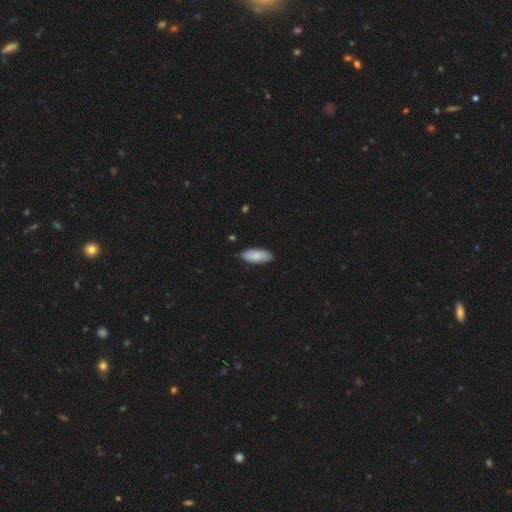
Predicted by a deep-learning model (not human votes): Smooth or featured?
  - smooth: 85% *
  - featured or disk: 10%
  - star or artifact: 6%
How rounded?
  - in between: 82% *
  - cigar-shaped: 16%
  - round: 2%
Merging?
  - none: 87% *
  - minor disturbance: 10%
  - major disturbance: 2%
  - merger: 1%